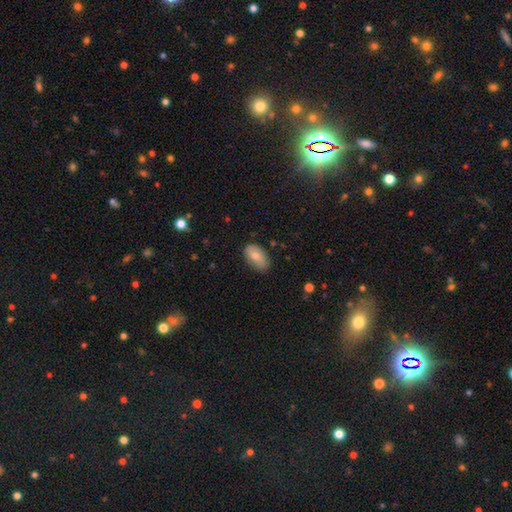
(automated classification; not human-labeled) smooth_or_featured: smooth (p=0.76) [alt: featured or disk p=0.17]
how_rounded: in between (p=0.93) [alt: round p=0.06]
merging: none (p=0.71) [alt: minor disturbance p=0.23]